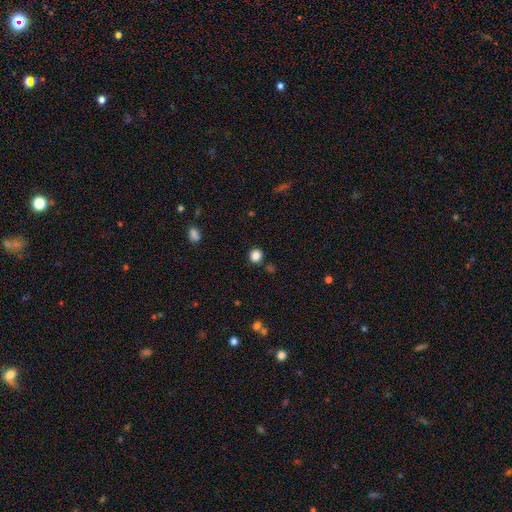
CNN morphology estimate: Smooth or featured? smooth (85%)
How rounded? round (86%)
Merging? none (86%)